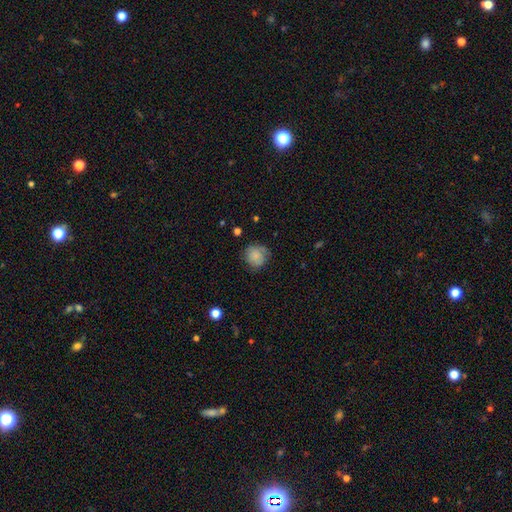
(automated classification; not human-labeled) A smooth galaxy with no disk features (80%) that is round (86%).

Vote fractions:
- Smooth or featured? smooth: 80% / featured or disk: 12% / star or artifact: 8%
- How rounded? round: 86% / in between: 13% / cigar-shaped: 1%
- Merging? none: 69% / minor disturbance: 23% / major disturbance: 7% / merger: 1%